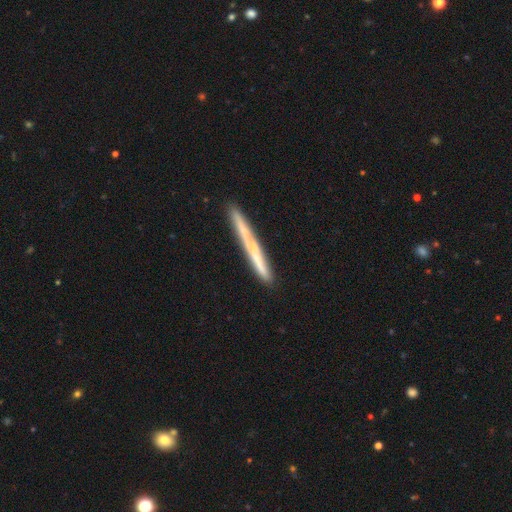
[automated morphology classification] smooth 48%, featured or disk 45%, star or artifact 6%. Down the decision tree: merging — none (87%).